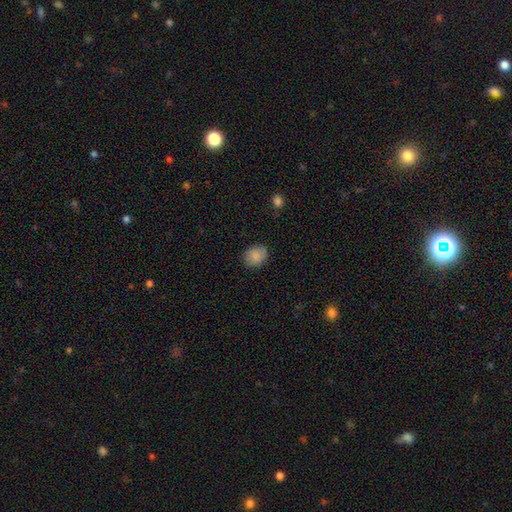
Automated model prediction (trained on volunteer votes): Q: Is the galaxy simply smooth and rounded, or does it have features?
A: smooth — 86%.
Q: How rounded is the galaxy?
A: round — 56%.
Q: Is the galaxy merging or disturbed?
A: none — 82%.